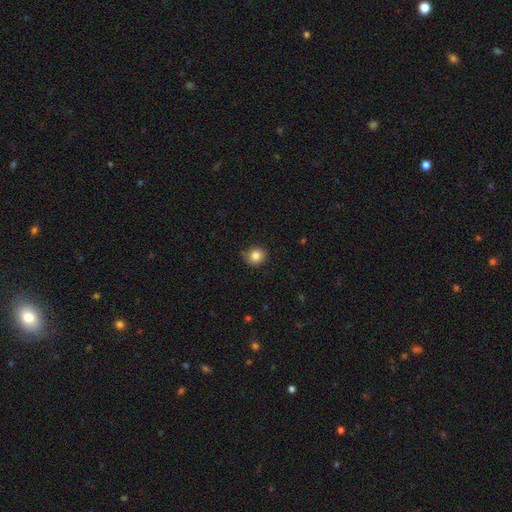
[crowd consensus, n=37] This appears to be a smooth galaxy with no disk features (86%) that is round (100%). Merging: none (86%).